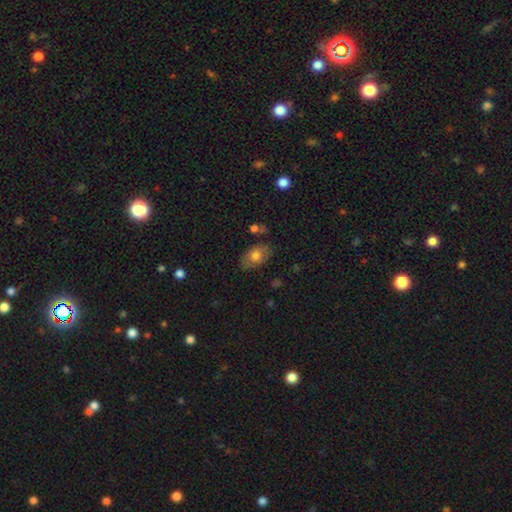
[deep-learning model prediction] The model was most divided on "smooth or featured": smooth: 68%, featured or disk: 25%, star or artifact: 7%. More confident: how rounded — in between (88%); merging — none (75%).